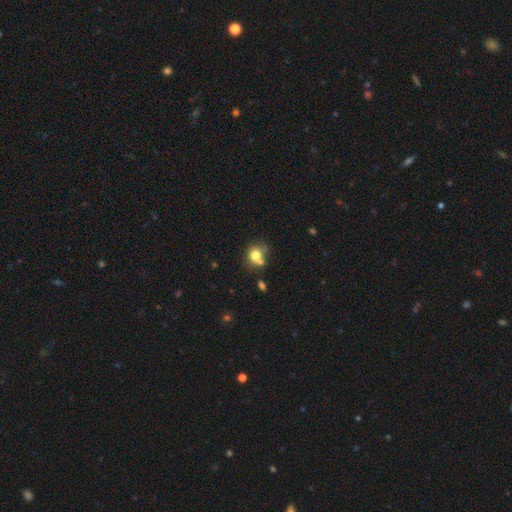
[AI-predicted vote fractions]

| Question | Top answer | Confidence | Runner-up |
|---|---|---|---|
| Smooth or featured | smooth | 76% | featured or disk (13%) |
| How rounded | round | 75% | in between (24%) |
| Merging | none | 49% | merger (28%) |